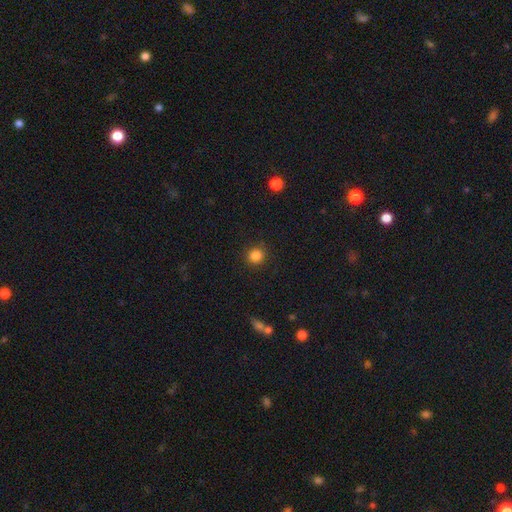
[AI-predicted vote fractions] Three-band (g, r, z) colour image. It shows a smooth galaxy with no disk features (85%) that is round (90%). Merging: none (89%).